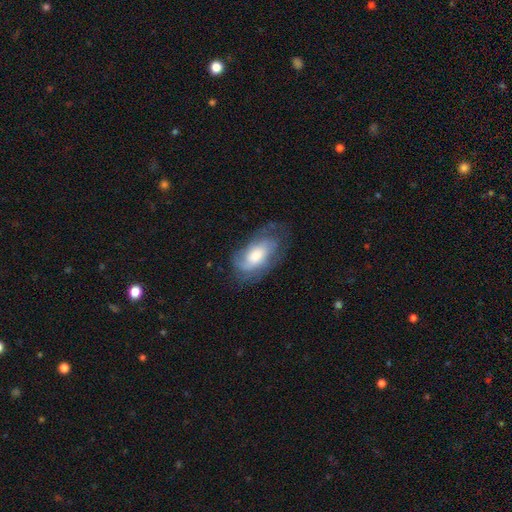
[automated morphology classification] Smooth or featured: featured or disk — 63% (smooth — 30%)
Edge-on disk: no — 93% (yes — 7%)
Bar: no — 64% (weak — 29%)
Spiral arms: yes — 85% (no — 15%)
Bulge size: moderate — 51% (large — 31%)
Merging: none — 57% (minor disturbance — 25%)